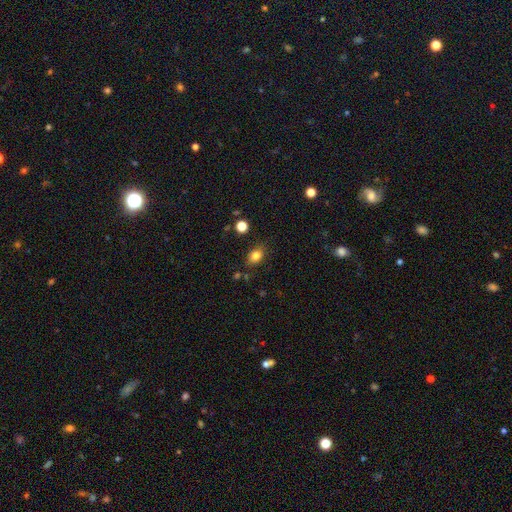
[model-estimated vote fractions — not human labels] This appears to be a smooth galaxy with no disk features (81%) that is in between round and cigar-shaped (65%). Merging: none (80%).